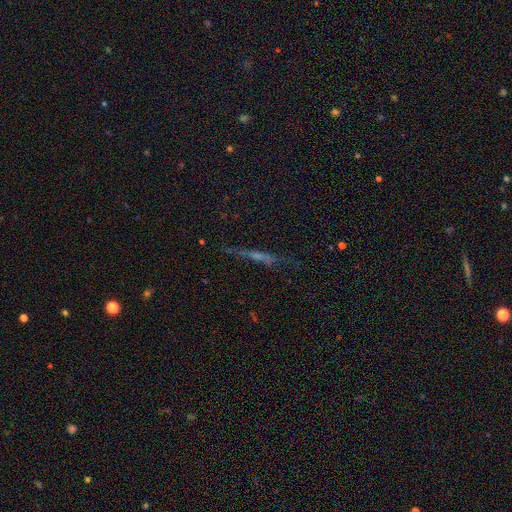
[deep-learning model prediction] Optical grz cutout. It shows a featured or disk galaxy (51%) viewed edge-on (86%). Merging: none (74%).